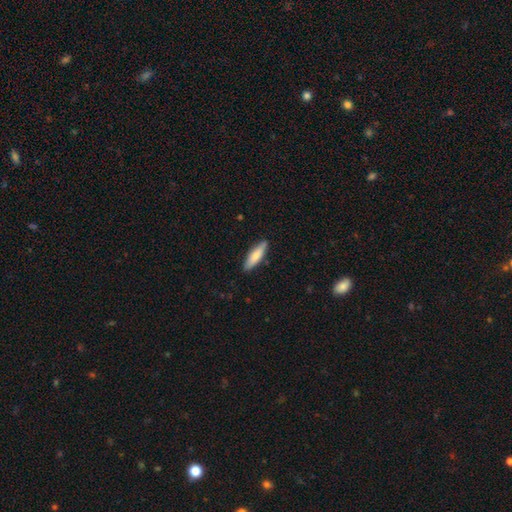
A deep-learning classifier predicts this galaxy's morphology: smooth 76%, featured or disk 19%, star or artifact 5%. Down the decision tree: how rounded — cigar-shaped (60%); merging — none (87%).